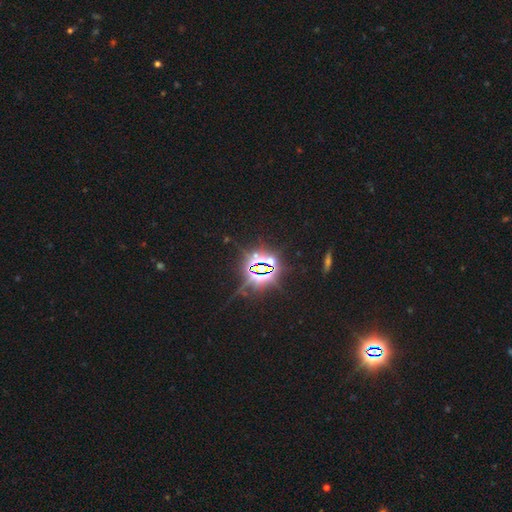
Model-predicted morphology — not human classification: Smooth or featured: star or artifact — 84% (smooth — 9%)